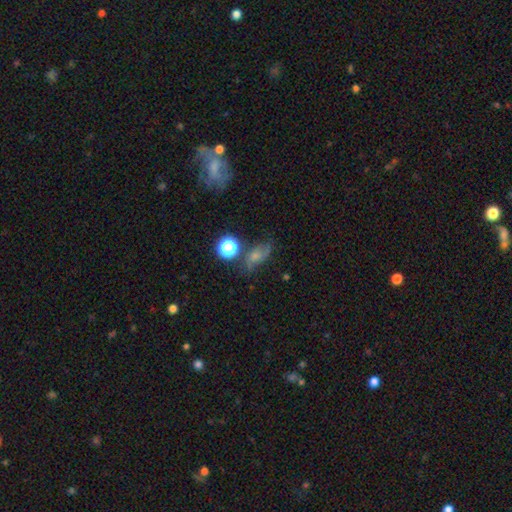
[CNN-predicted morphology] Smooth or featured?
  - smooth: 49% *
  - featured or disk: 32%
  - star or artifact: 19%
Merging?
  - none: 49% *
  - minor disturbance: 27%
  - major disturbance: 17%
  - merger: 7%